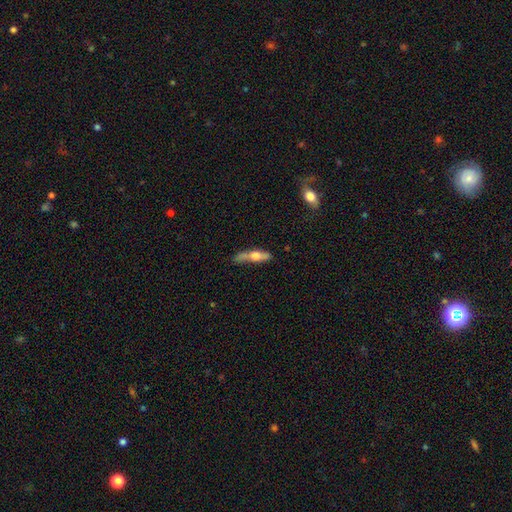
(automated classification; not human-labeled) Q: Smooth or featured?
A: smooth (51%); runner-up: featured or disk (43%)
Q: How rounded?
A: cigar-shaped (70%); runner-up: in between (26%)
Q: Merging?
A: none (50%); runner-up: minor disturbance (27%)